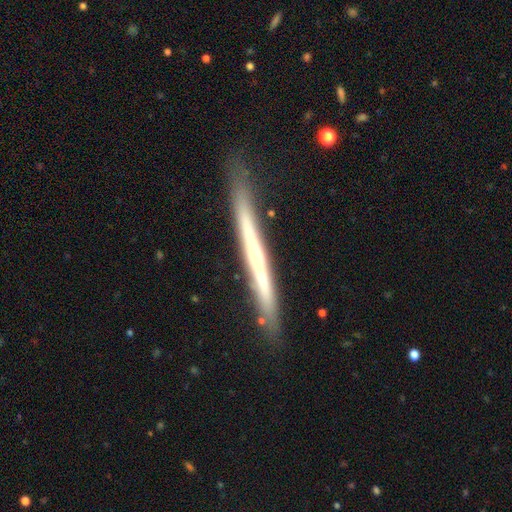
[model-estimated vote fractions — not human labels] featured or disk 68%, smooth 26%, star or artifact 6%. Down the decision tree: edge-on disk — yes (96%); edge-on bulge — none (50%); merging — none (84%).